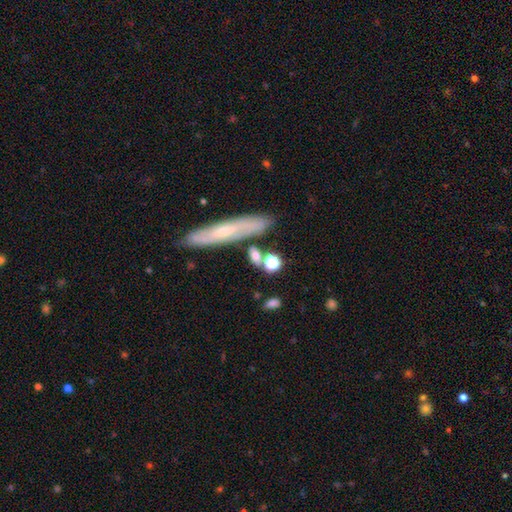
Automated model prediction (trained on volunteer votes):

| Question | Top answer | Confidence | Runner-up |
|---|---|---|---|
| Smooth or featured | smooth | 65% | featured or disk (25%) |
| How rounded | in between | 42% | cigar-shaped (29%) |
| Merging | none | 68% | merger (14%) |